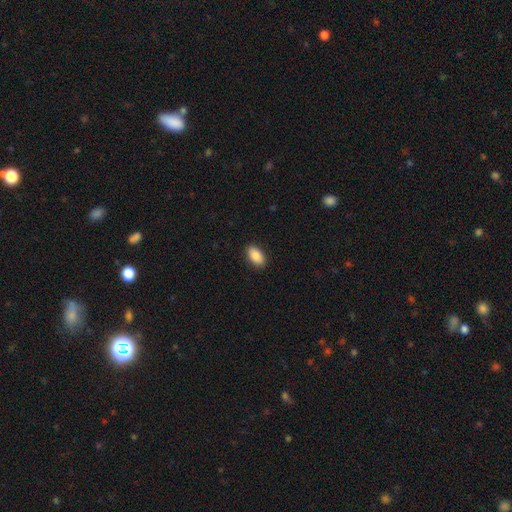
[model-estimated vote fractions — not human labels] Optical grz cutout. It shows a smooth galaxy with no disk features (88%) that is in between round and cigar-shaped (93%). Merging: none (89%).